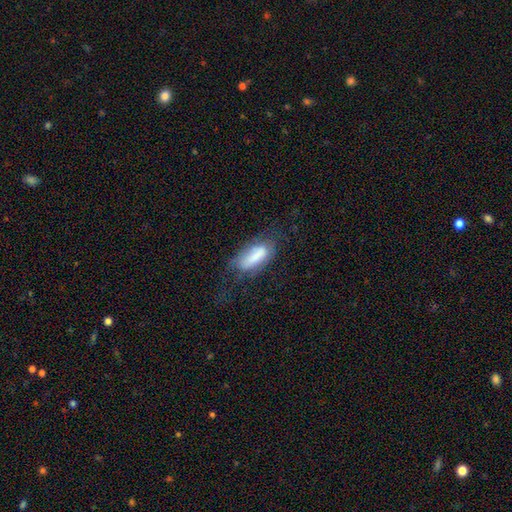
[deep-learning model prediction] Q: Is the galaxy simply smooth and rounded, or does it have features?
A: smooth — 65%.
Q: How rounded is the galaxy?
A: in between — 69%.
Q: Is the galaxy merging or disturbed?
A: none — 48%.